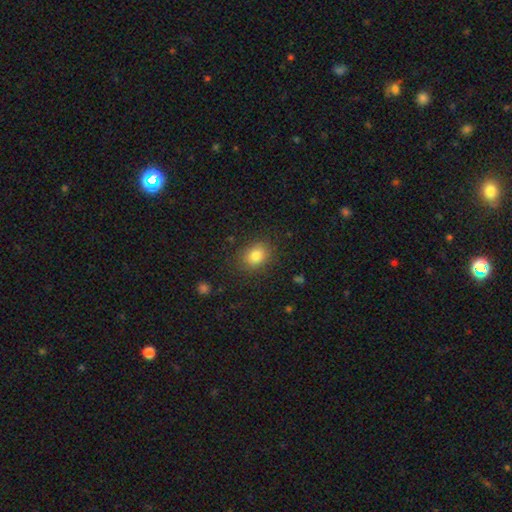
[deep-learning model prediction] This is clearly a smooth galaxy (82%). How rounded: possibly in between (55%). Merging: clearly none (83%).